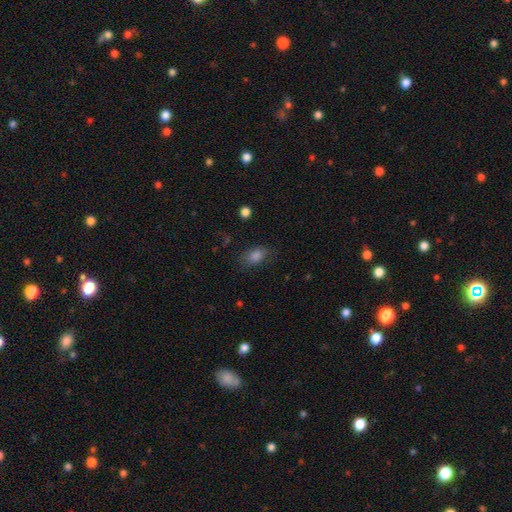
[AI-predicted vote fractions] Smooth or featured: smooth — 80% (star or artifact — 11%)
How rounded: in between — 85% (round — 11%)
Merging: none — 72% (minor disturbance — 19%)